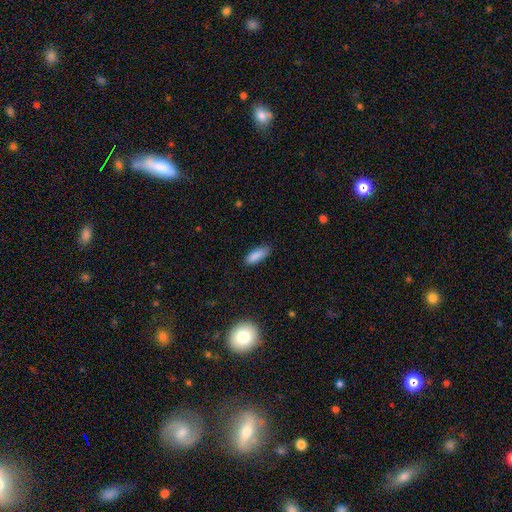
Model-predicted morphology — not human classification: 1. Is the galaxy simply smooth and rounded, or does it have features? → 87% smooth, 8% star or artifact, 5% featured or disk.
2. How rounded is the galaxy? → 66% in between, 32% cigar-shaped, 2% round.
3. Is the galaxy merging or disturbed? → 81% none, 15% minor disturbance, 3% major disturbance, 1% merger.